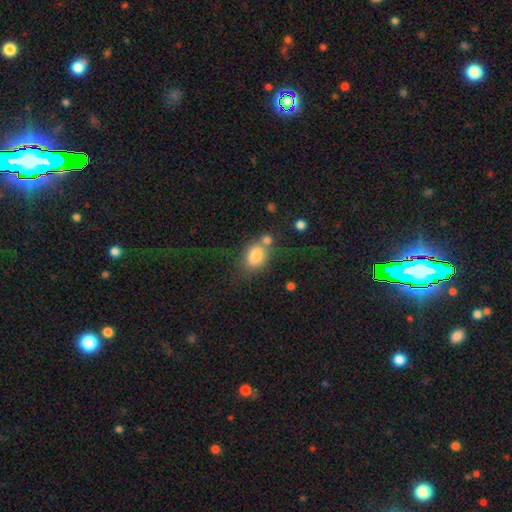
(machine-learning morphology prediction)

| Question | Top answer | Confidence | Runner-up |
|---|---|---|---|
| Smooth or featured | smooth | 82% | star or artifact (9%) |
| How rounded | in between | 71% | round (28%) |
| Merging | none | 49% | merger (28%) |